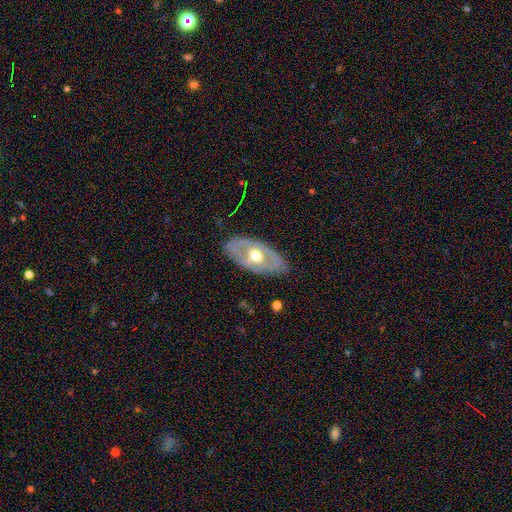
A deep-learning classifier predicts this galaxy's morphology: smooth_or_featured: featured or disk (p=0.64) [alt: smooth p=0.31]
disk_edge_on: no (p=0.86) [alt: yes p=0.14]
bar: no (p=0.74) [alt: weak p=0.19]
has_spiral_arms: no (p=0.77) [alt: yes p=0.23]
bulge_size: moderate (p=0.76) [alt: large p=0.13]
merging: none (p=0.77) [alt: minor disturbance p=0.17]